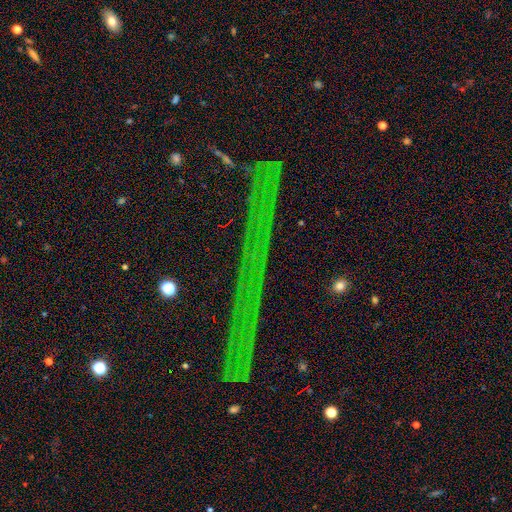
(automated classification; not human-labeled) This is clearly a star or artifact rather than a galaxy (80%).